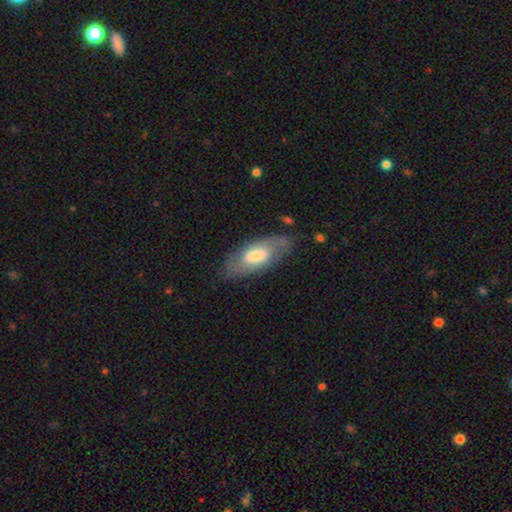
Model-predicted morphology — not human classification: smooth-or-featured: smooth: 50% | featured or disk: 44% | star or artifact: 6%
  how-rounded: in between: 81% | cigar-shaped: 17% | round: 3%
  merging: none: 75% | minor disturbance: 17% | major disturbance: 6% | merger: 2%